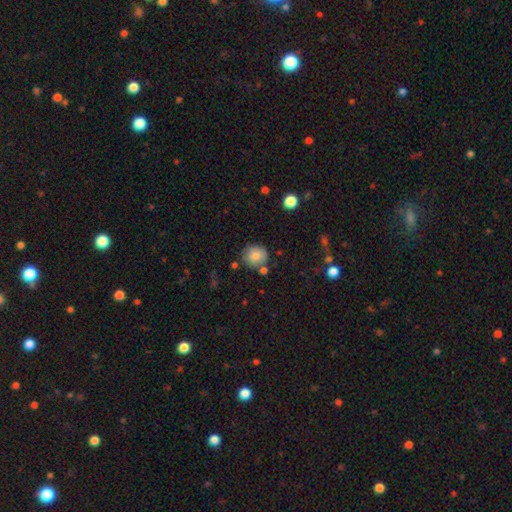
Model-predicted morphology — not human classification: smooth-or-featured: smooth: 83% | star or artifact: 9% | featured or disk: 8%
  how-rounded: round: 83% | in between: 16% | cigar-shaped: 1%
  merging: none: 75% | minor disturbance: 14% | merger: 8% | major disturbance: 4%